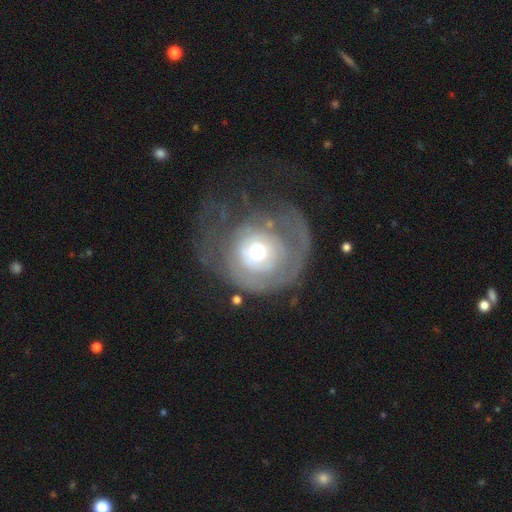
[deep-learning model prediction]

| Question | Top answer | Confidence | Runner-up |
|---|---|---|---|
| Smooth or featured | featured or disk | 62% | smooth (31%) |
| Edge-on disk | no | 96% | yes (4%) |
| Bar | no | 84% | weak (13%) |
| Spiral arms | yes | 54% | no (46%) |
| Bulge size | moderate | 51% | small (35%) |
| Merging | major disturbance | 44% | none (35%) |